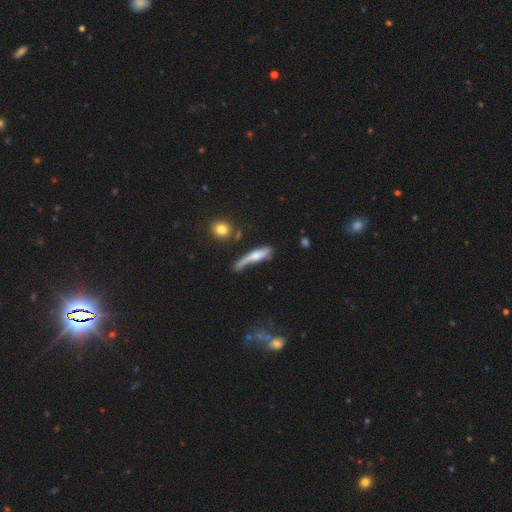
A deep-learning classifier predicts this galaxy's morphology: This appears to be a smooth galaxy with no disk features (49%). Merging: none (40%).